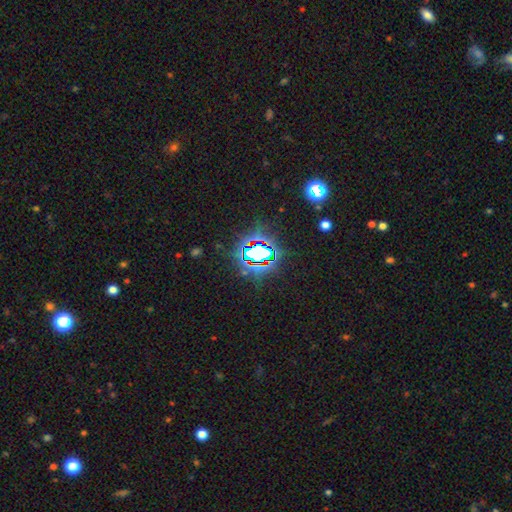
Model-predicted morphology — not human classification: Smooth or featured: star or artifact — 76% (smooth — 14%)